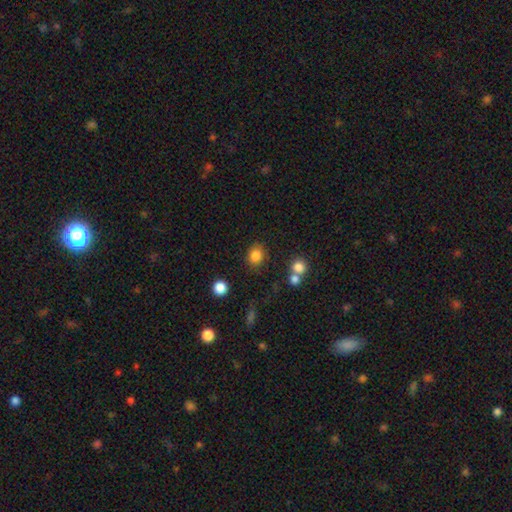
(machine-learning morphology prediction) Smooth or featured? smooth (83%)
How rounded? round (61%)
Merging? none (80%)